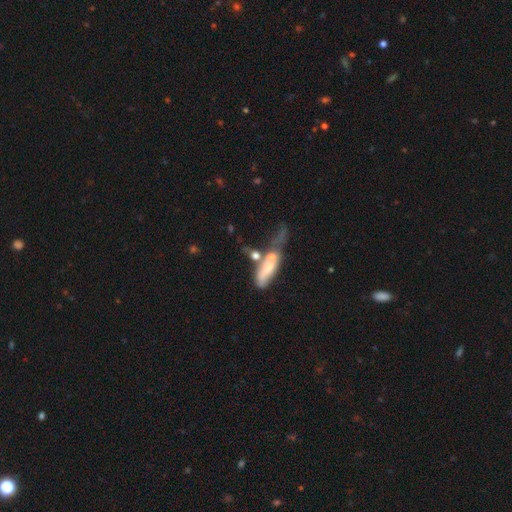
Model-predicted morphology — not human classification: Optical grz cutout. It shows a smooth galaxy with no disk features (57%) that is in between round and cigar-shaped (50%). Merging: merger (41%).